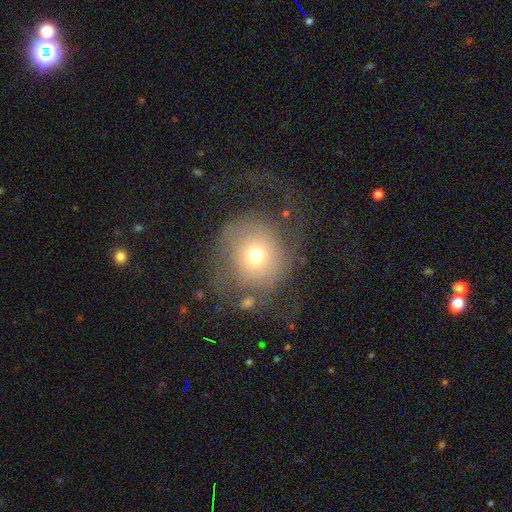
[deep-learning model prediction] smooth_or_featured: smooth (p=0.59) [alt: featured or disk p=0.29]
how_rounded: round (p=0.88) [alt: in between p=0.11]
merging: none (p=0.44) [alt: major disturbance p=0.34]